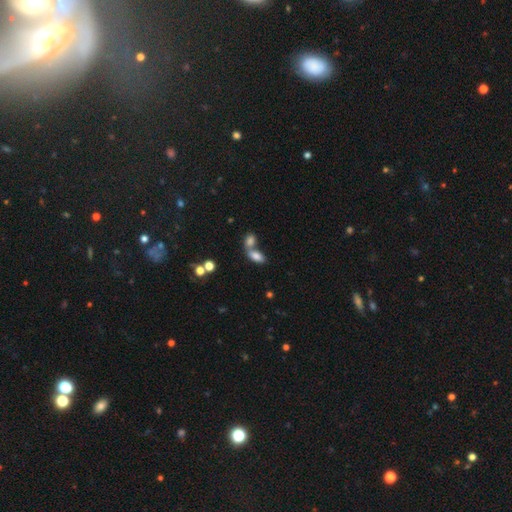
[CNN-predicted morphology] type=smooth (79%); roundness=in between (89%); merging=merger (53%).